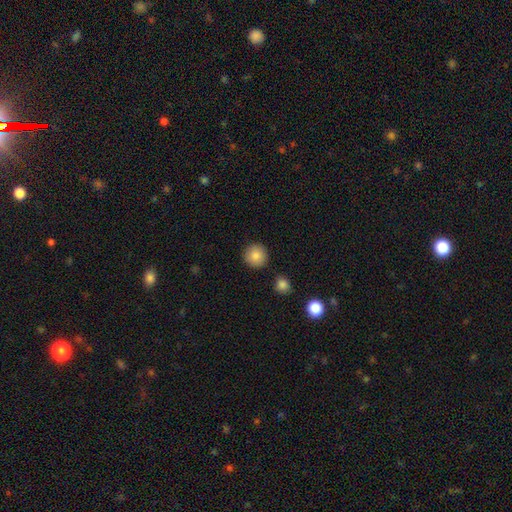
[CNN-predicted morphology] Q: Smooth or featured?
A: smooth (87%); runner-up: star or artifact (8%)
Q: How rounded?
A: round (95%); runner-up: in between (4%)
Q: Merging?
A: none (89%); runner-up: minor disturbance (6%)